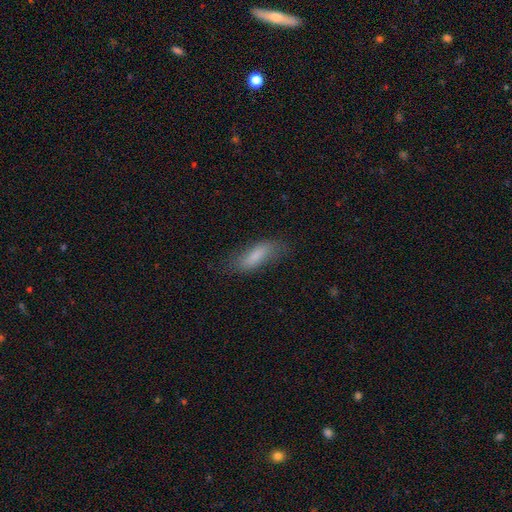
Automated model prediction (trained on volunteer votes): This appears to be a smooth galaxy with no disk features (76%) that is in between round and cigar-shaped (58%). Merging: none (70%).